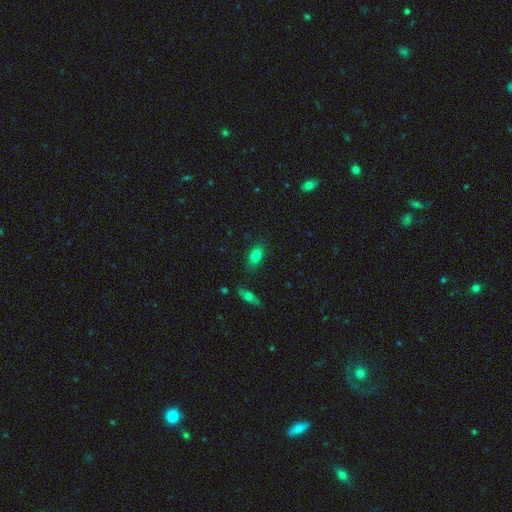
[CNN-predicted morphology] A smooth galaxy with no disk features (79%) that is in between round and cigar-shaped (83%).

Vote fractions:
- Smooth or featured? smooth: 79% / featured or disk: 12% / star or artifact: 10%
- How rounded? in between: 83% / round: 12% / cigar-shaped: 5%
- Merging? none: 83% / minor disturbance: 11% / merger: 3% / major disturbance: 2%